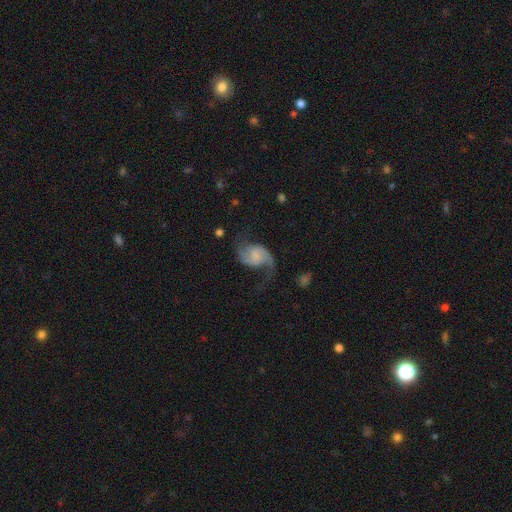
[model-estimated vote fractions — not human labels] Smooth or featured: featured or disk — 84% (smooth — 10%)
Edge-on disk: no — 98% (yes — 2%)
Bar: no — 48% (weak — 41%)
Spiral arms: yes — 96% (no — 4%)
Spiral winding: loose — 70% (medium — 25%)
Spiral arm count: 2 — 91% (1 — 4%)
Bulge size: none — 45% (small — 28%)
Merging: none — 63% (major disturbance — 18%)